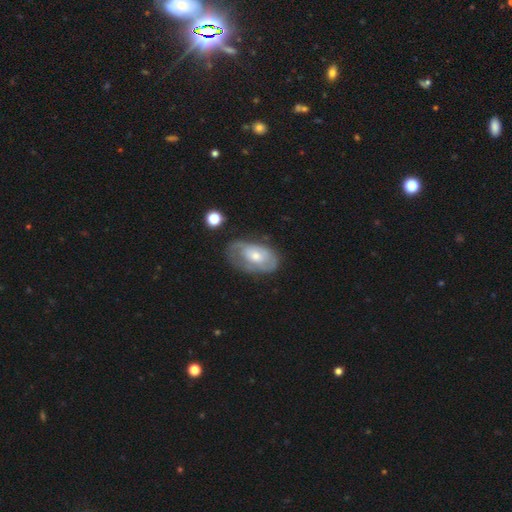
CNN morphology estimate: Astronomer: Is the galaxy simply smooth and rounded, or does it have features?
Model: featured or disk — 63%.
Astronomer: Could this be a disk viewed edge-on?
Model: no — 94%.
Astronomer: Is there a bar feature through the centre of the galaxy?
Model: no — 73%.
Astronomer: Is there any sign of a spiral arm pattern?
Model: yes — 68%.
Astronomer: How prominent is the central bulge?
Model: moderate — 53% (runner-up: small, 39%).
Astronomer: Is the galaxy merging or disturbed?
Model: none — 50% (runner-up: minor disturbance, 30%).